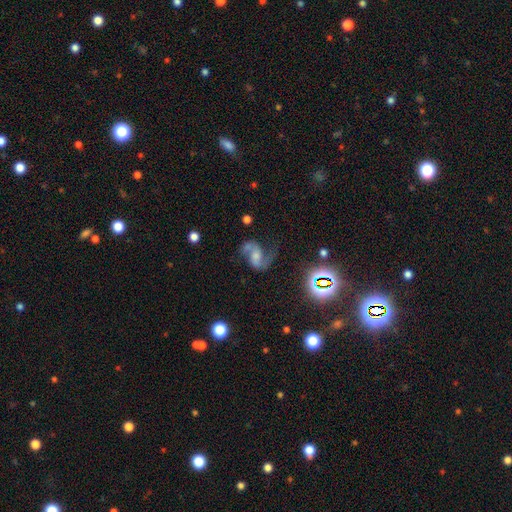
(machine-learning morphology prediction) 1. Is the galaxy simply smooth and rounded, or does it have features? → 78% featured or disk, 11% smooth, 11% star or artifact.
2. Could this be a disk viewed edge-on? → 97% no, 3% yes.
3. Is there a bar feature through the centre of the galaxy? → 44% no, 40% weak, 15% strong.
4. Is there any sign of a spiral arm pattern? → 94% yes, 6% no.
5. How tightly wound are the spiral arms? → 60% loose, 34% medium, 6% tight.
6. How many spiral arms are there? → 91% 2, 3% 1, 3% can't tell, 1% 3, 1% 4, 1% more than 4.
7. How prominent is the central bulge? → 34% moderate, 25% none, 24% small, 14% large, 3% dominant.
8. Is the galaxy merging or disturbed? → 59% none, 18% minor disturbance, 16% major disturbance, 7% merger.